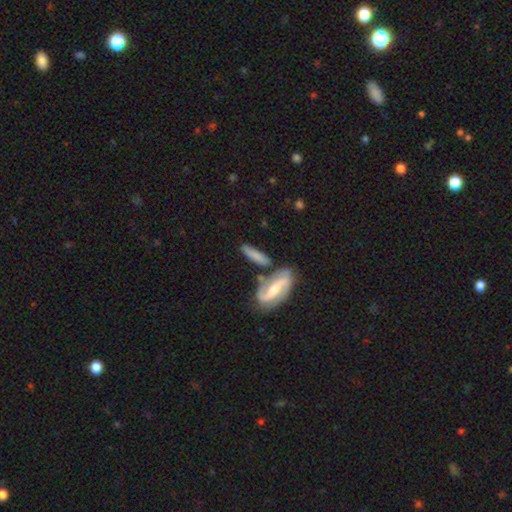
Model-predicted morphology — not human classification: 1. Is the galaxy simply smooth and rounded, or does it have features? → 54% smooth, 39% featured or disk, 7% star or artifact.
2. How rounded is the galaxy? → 64% cigar-shaped, 32% in between, 4% round.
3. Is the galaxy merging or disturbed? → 59% none, 19% merger, 16% minor disturbance, 6% major disturbance.